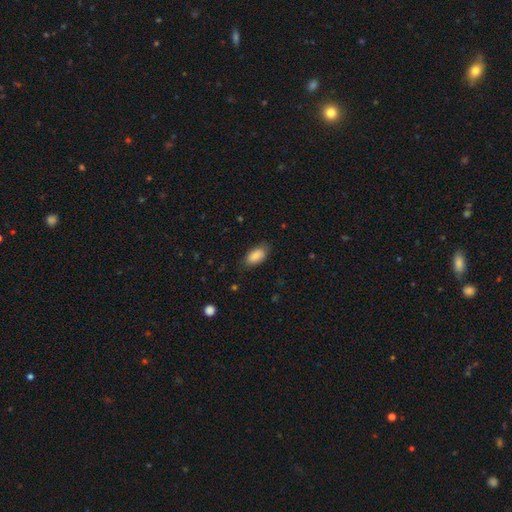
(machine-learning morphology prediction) Q: Smooth or featured?
A: smooth (87%); runner-up: star or artifact (7%)
Q: How rounded?
A: in between (93%); runner-up: cigar-shaped (4%)
Q: Merging?
A: none (77%); runner-up: minor disturbance (18%)